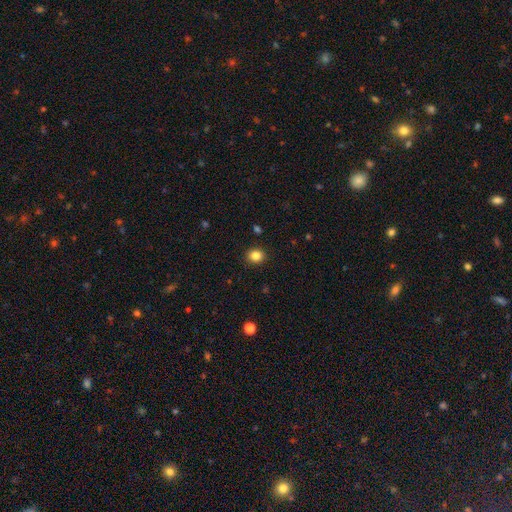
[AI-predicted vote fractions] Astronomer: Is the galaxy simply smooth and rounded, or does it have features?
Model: smooth — 85%.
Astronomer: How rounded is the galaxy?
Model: round — 78%.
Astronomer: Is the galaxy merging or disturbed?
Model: none — 91%.